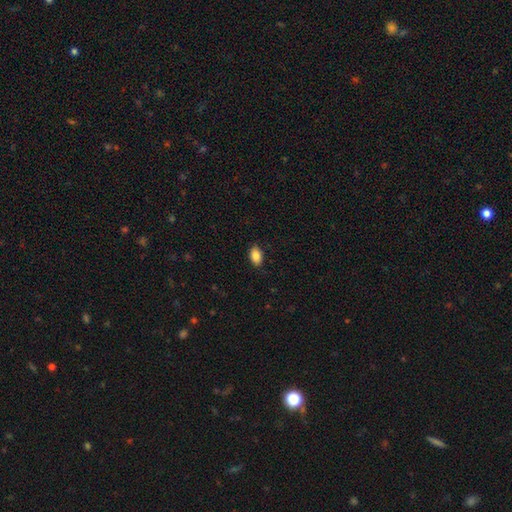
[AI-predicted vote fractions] Overall: smooth (87%). How rounded: in between (90%). Merging: none (87%).